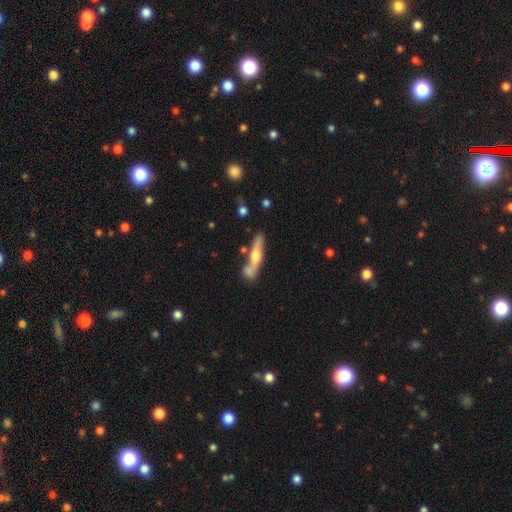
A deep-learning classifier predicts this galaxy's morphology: The model was most divided on "smooth or featured": featured or disk: 55%, smooth: 39%, star or artifact: 6%. More confident: edge-on disk — yes (83%); merging — none (61%).